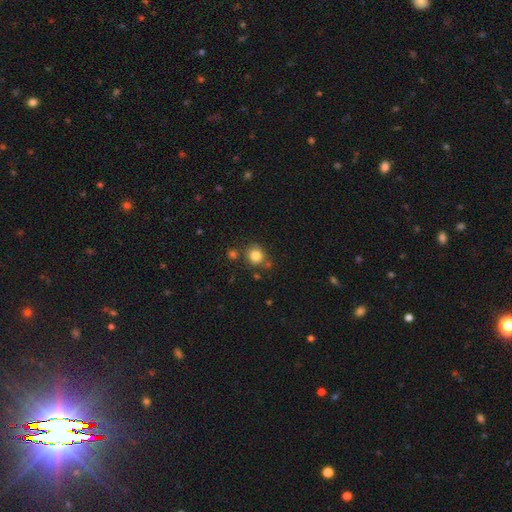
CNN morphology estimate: A smooth galaxy with no disk features (83%) that is round (83%). Merging: none (72%).